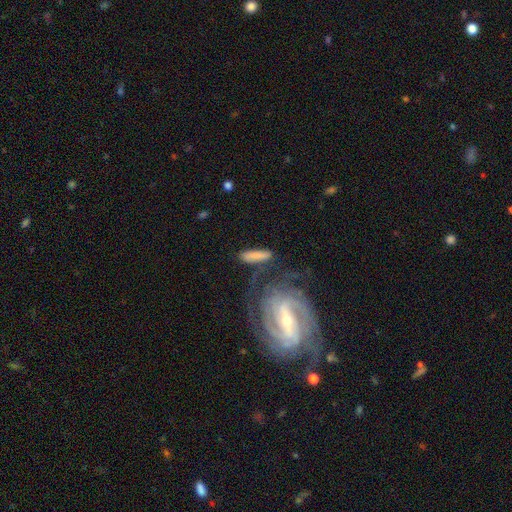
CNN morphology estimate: The model was most divided on "smooth or featured": smooth: 68%, featured or disk: 24%, star or artifact: 8%. More confident: how rounded — cigar-shaped (76%); merging — none (63%).